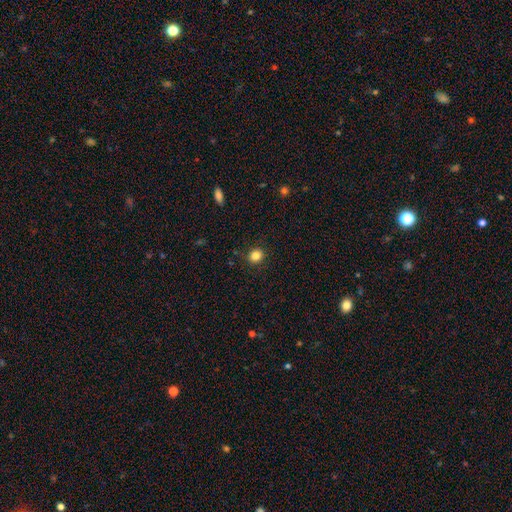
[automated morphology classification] Smooth or featured?
  - smooth: 84% *
  - star or artifact: 11%
  - featured or disk: 5%
How rounded?
  - round: 79% *
  - in between: 20%
  - cigar-shaped: 1%
Merging?
  - none: 89% *
  - minor disturbance: 8%
  - major disturbance: 2%
  - merger: 1%